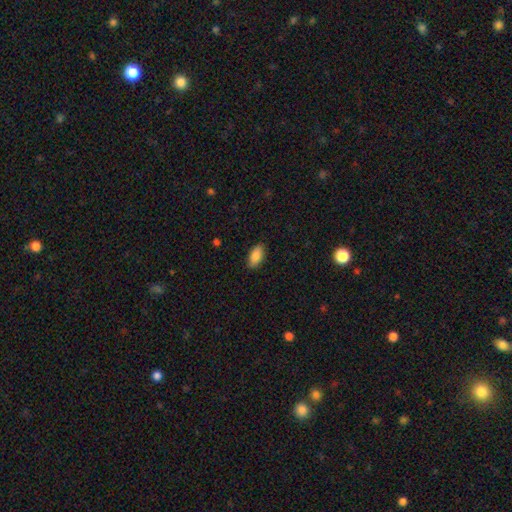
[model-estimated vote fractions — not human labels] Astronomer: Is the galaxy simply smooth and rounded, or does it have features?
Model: smooth — 87%.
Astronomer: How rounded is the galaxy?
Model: in between — 91%.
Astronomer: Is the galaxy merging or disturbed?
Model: none — 88%.